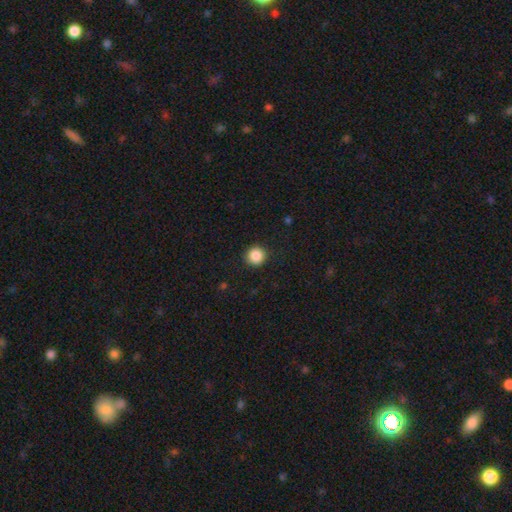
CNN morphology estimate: This is clearly a smooth galaxy (88%). How rounded: clearly round (95%). Merging: clearly none (91%).